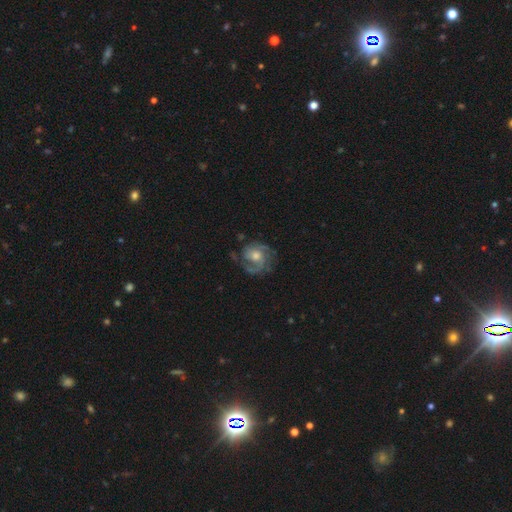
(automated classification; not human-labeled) The model was most divided on "spiral winding": tight: 45%, medium: 43%, loose: 12%. Remaining: edge-on disk — no (98%); spiral arms — yes (95%); smooth or featured — featured or disk (83%); merging — none (70%); bar — no (69%); bulge size — moderate (65%); spiral arm count — 2 (46%).